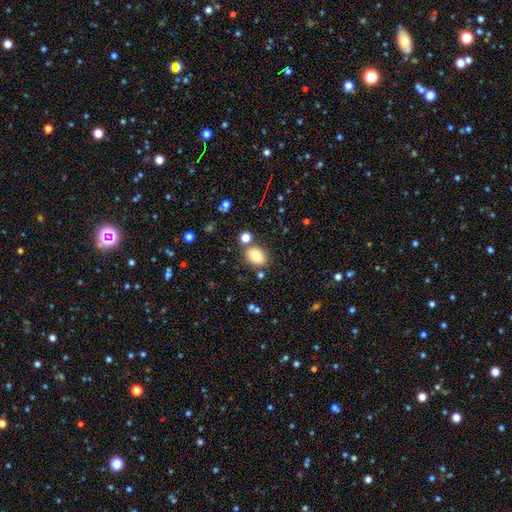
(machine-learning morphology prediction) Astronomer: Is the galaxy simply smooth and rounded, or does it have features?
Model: smooth — 83%.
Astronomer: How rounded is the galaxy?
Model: in between — 76%.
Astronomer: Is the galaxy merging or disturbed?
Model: none — 76%.